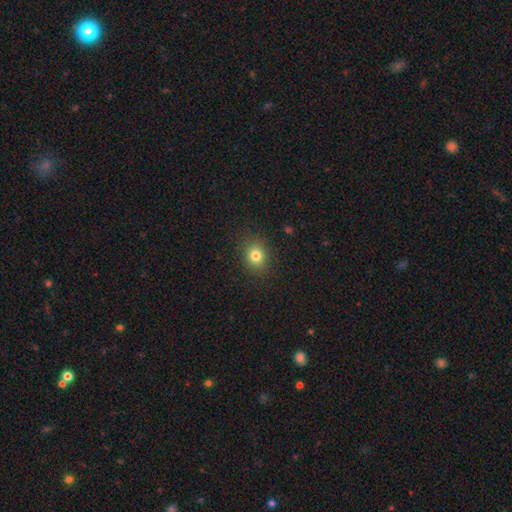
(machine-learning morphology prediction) The model was most divided on "how rounded": round: 68%, in between: 31%, cigar-shaped: 1%. More confident: merging — none (87%); smooth or featured — smooth (80%).